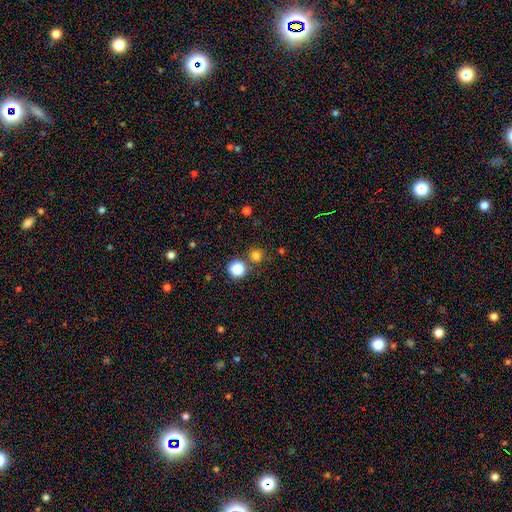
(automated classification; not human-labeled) A smooth galaxy with no disk features (76%) that is round (94%).

Vote fractions:
- Smooth or featured? smooth: 76% / star or artifact: 18% / featured or disk: 5%
- How rounded? round: 94% / in between: 5% / cigar-shaped: 1%
- Merging? none: 76% / merger: 14% / minor disturbance: 7% / major disturbance: 3%